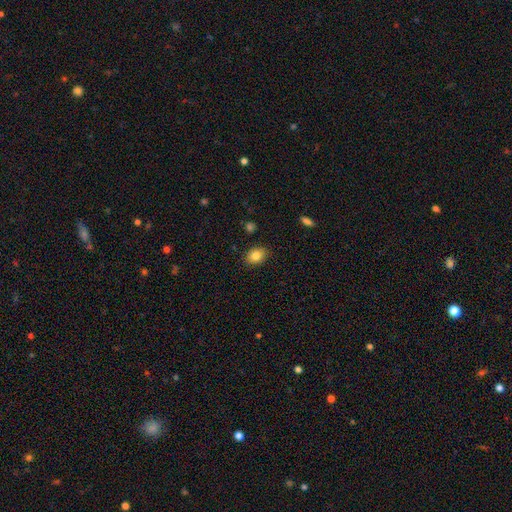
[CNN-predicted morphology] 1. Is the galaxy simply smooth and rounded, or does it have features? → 83% smooth, 9% star or artifact, 8% featured or disk.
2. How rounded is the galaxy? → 72% in between, 27% round, 1% cigar-shaped.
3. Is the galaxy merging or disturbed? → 86% none, 10% minor disturbance, 2% major disturbance, 1% merger.